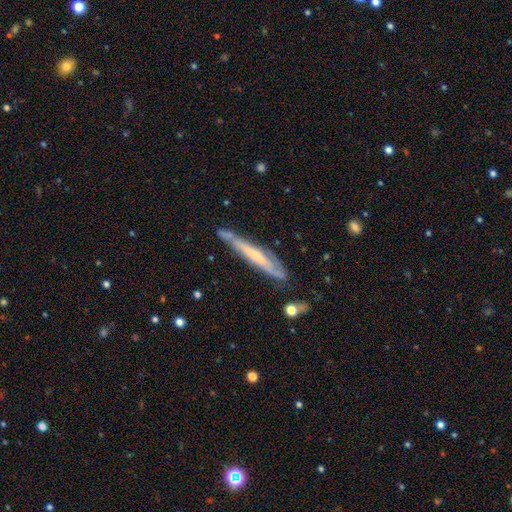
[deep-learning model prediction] Overall: featured or disk (63%; smooth 31%). Edge-on disk: yes (74%). Merging: none (69%).